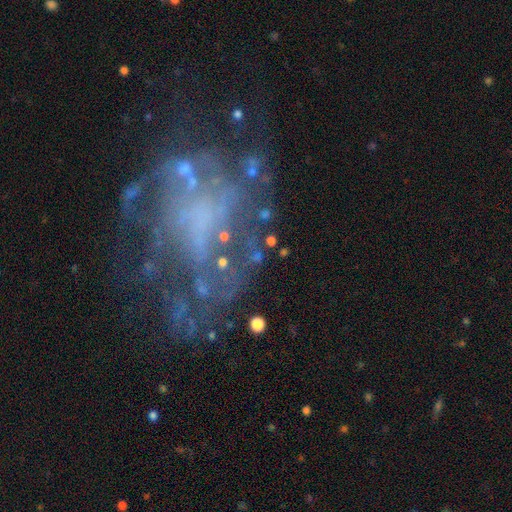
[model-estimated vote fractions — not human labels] Smooth or featured? featured or disk (51%)
Edge-on disk? no (93%)
Merging? none (60%)